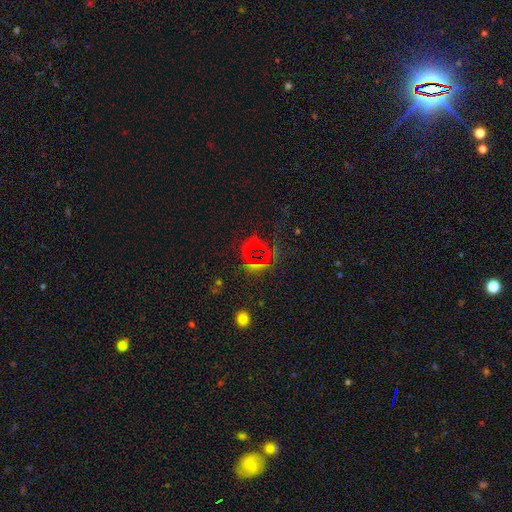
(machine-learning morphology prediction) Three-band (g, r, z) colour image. It shows a star or artifact, not a galaxy (71%).